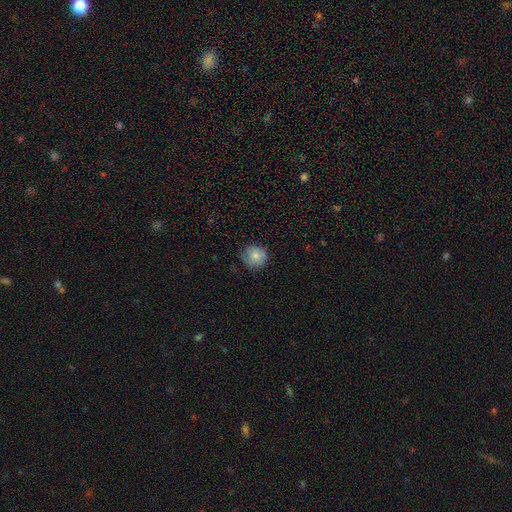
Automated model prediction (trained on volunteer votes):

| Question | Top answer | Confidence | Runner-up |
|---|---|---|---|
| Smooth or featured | smooth | 81% | featured or disk (11%) |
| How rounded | round | 90% | in between (9%) |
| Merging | none | 74% | minor disturbance (21%) |